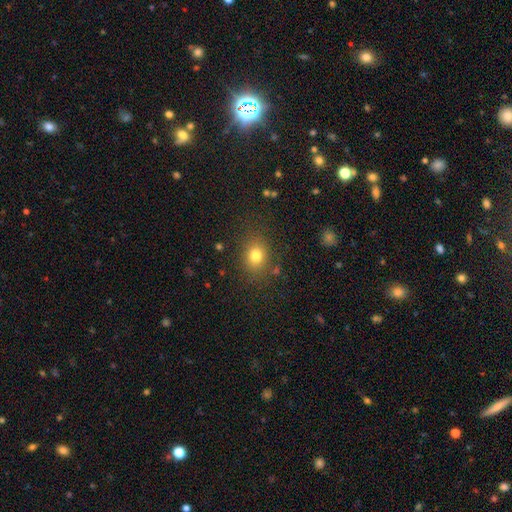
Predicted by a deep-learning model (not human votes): A smooth galaxy with no disk features (78%) that is round (55%).

Vote fractions:
- Smooth or featured? smooth: 78% / star or artifact: 14% / featured or disk: 8%
- How rounded? round: 55% / in between: 44% / cigar-shaped: 1%
- Merging? none: 80% / minor disturbance: 12% / major disturbance: 5% / merger: 3%